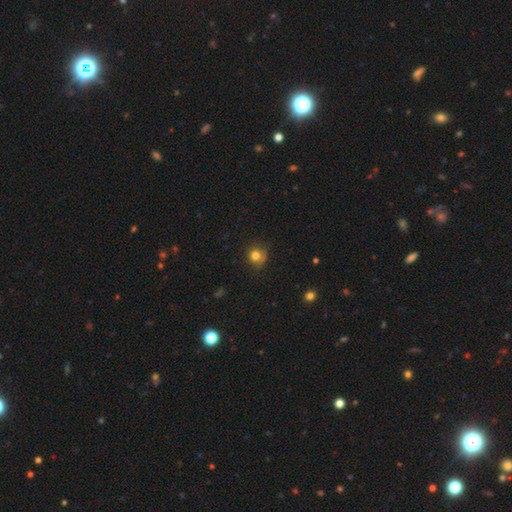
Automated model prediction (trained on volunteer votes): This is likely a smooth galaxy (78%). How rounded: clearly round (83%). Merging: likely none (64%).